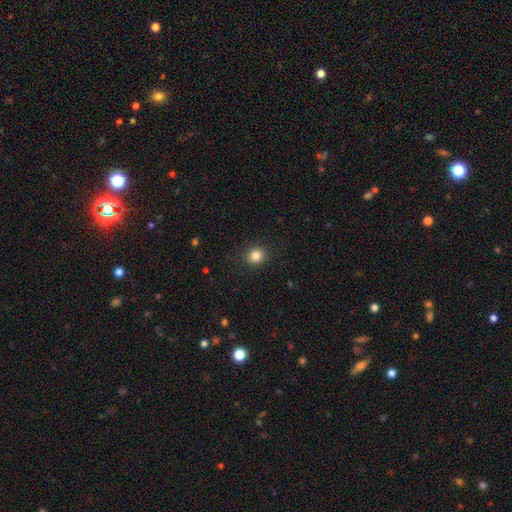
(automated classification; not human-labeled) This is clearly a smooth galaxy (84%). How rounded: clearly round (83%). Merging: clearly none (90%).